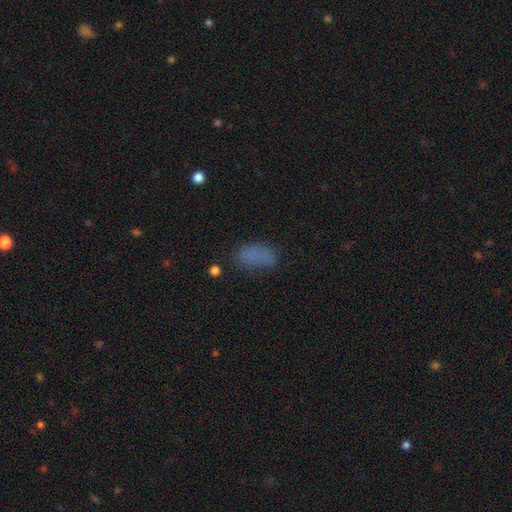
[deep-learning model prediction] smooth-or-featured: smooth: 75% | star or artifact: 15% | featured or disk: 10%
  how-rounded: in between: 89% | cigar-shaped: 6% | round: 5%
  merging: none: 62% | minor disturbance: 23% | major disturbance: 12% | merger: 4%